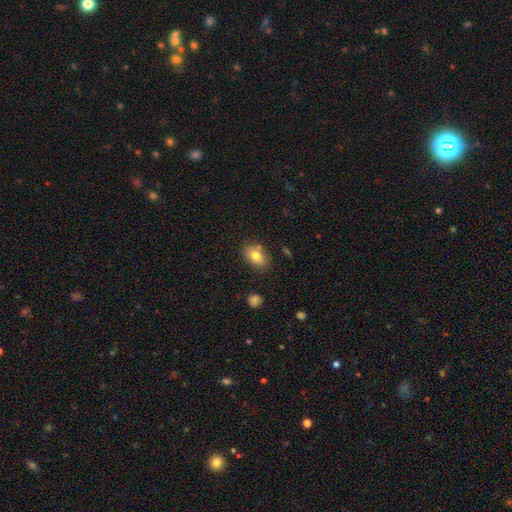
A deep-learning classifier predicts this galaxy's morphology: smooth 77%, featured or disk 14%, star or artifact 9%. Down the decision tree: how rounded — in between (82%); merging — none (76%).